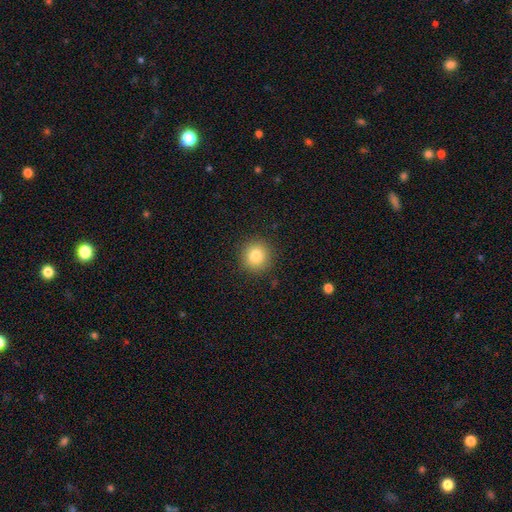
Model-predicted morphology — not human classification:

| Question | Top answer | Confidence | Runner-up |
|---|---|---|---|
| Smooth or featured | smooth | 83% | star or artifact (11%) |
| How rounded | round | 93% | in between (6%) |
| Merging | none | 90% | minor disturbance (6%) |